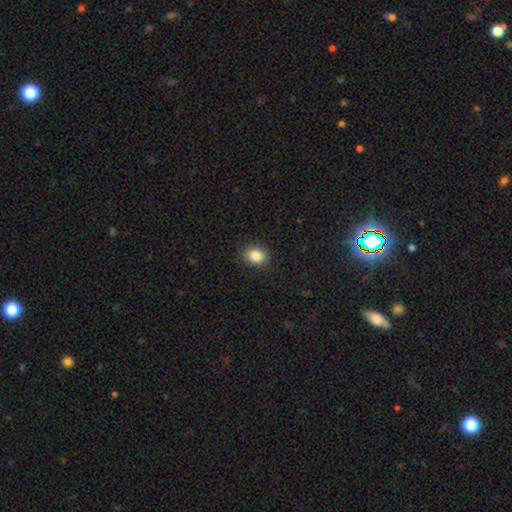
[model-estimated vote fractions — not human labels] This is clearly a smooth galaxy (86%). How rounded: possibly round (53%). Merging: clearly none (87%).